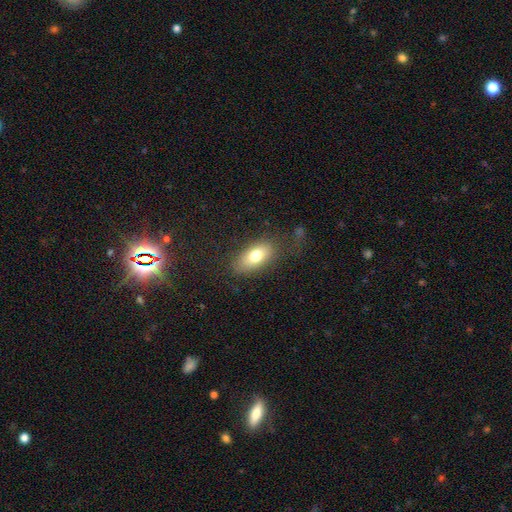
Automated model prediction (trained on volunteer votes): smooth_or_featured: smooth (p=0.73) [alt: featured or disk p=0.18]
how_rounded: in between (p=0.89) [alt: round p=0.06]
merging: none (p=0.72) [alt: minor disturbance p=0.17]